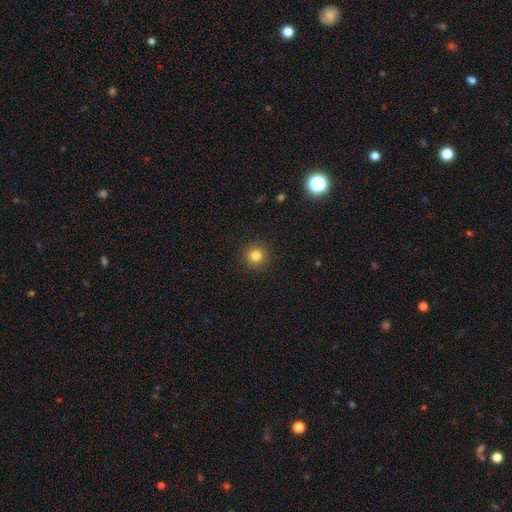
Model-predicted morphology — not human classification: Smooth or featured?
  - smooth: 83% *
  - star or artifact: 12%
  - featured or disk: 5%
How rounded?
  - round: 95% *
  - in between: 4%
  - cigar-shaped: 1%
Merging?
  - none: 92% *
  - minor disturbance: 5%
  - major disturbance: 2%
  - merger: 1%